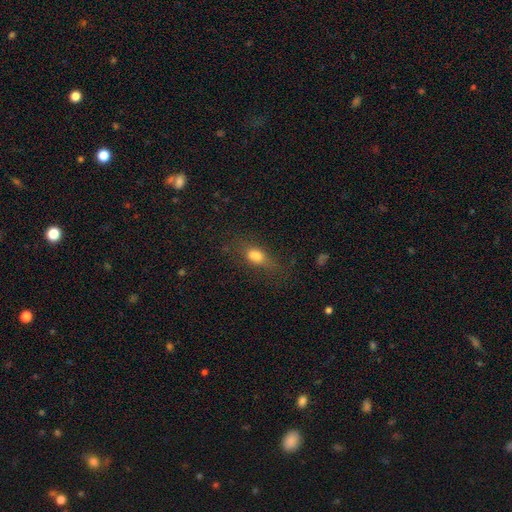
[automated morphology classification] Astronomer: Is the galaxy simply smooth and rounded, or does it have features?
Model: smooth — 74%.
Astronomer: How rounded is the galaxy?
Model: in between — 73%.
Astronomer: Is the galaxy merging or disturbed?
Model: none — 53%.